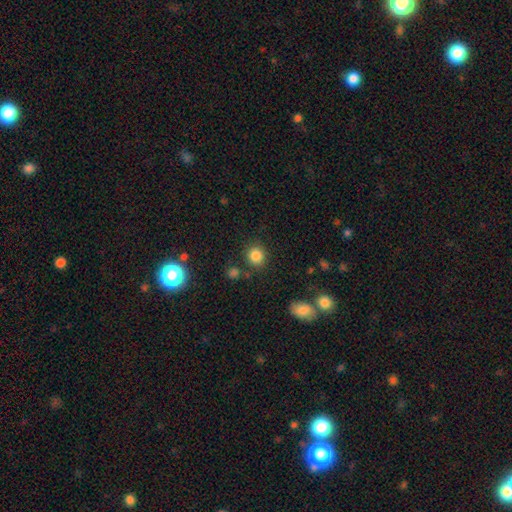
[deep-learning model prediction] A smooth galaxy with no disk features (84%) that is round (86%). Merging: none (83%).